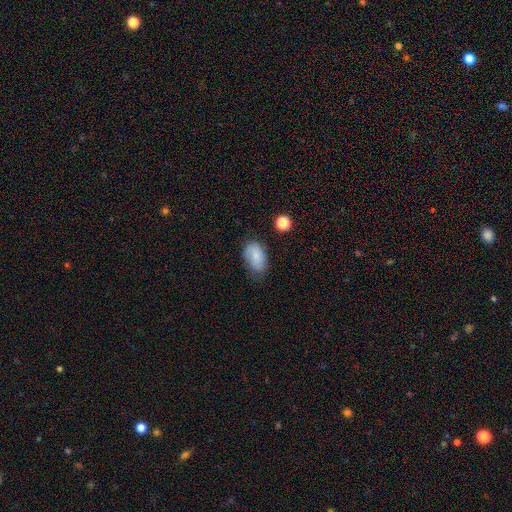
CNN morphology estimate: Smooth or featured? smooth (80%)
How rounded? in between (91%)
Merging? none (62%)